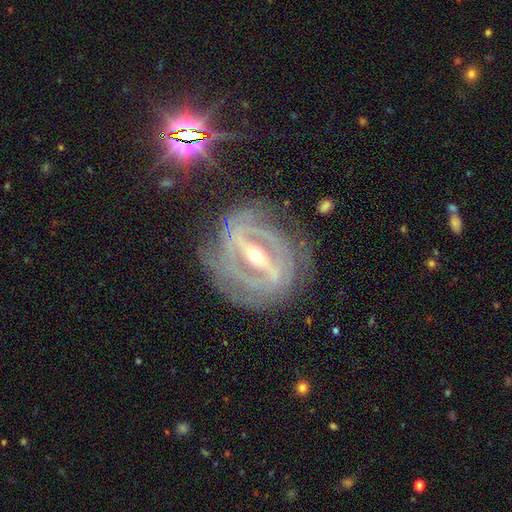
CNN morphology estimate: The model was most divided on "spiral arm count": 2: 27%, can't tell: 24%, 3: 21%, 4: 15%, more than 4: 8%, 1: 6%. More confident: spiral arms — yes (95%); edge-on disk — no (90%); smooth or featured — featured or disk (89%); bar — strong (83%); merging — none (77%); spiral winding — tight (70%); bulge size — moderate (50%).